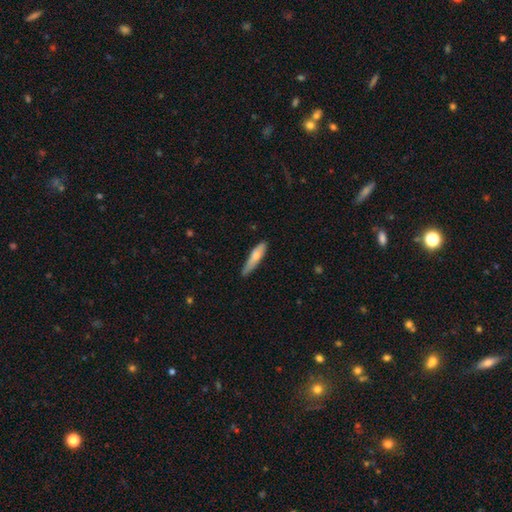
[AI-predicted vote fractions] Q: Smooth or featured?
A: smooth (70%); runner-up: featured or disk (25%)
Q: How rounded?
A: cigar-shaped (79%); runner-up: in between (19%)
Q: Merging?
A: none (64%); runner-up: minor disturbance (29%)